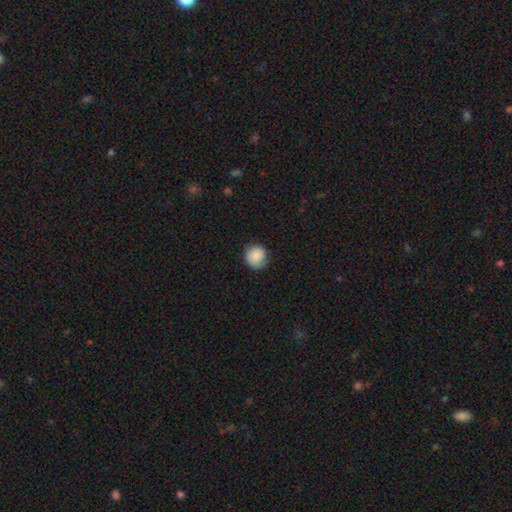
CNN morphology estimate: Smooth or featured? smooth (87%)
How rounded? round (89%)
Merging? none (75%)